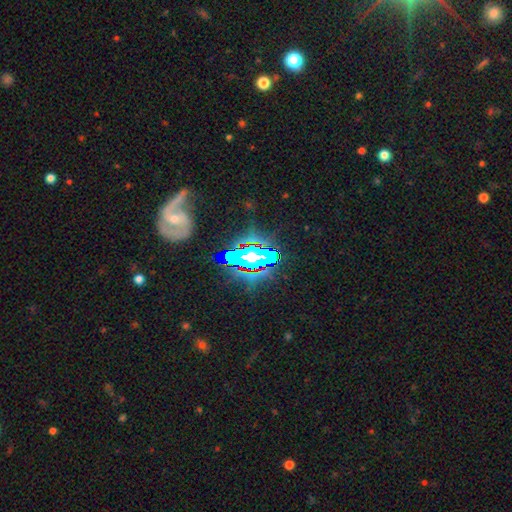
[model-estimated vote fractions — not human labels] smooth-or-featured: star or artifact: 56% | featured or disk: 27% | smooth: 17%